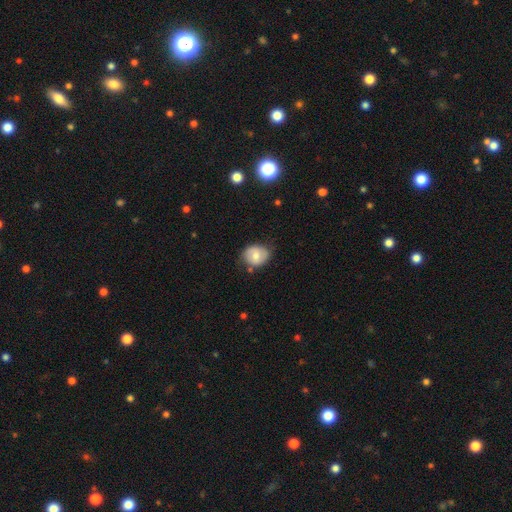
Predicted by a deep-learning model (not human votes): Smooth or featured? smooth (65%)
How rounded? round (57%)
Merging? none (70%)